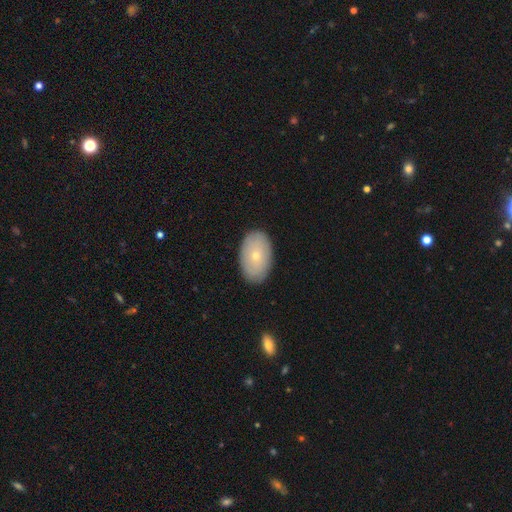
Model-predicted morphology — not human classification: Smooth or featured: smooth — 67% (featured or disk — 27%)
How rounded: in between — 91% (round — 8%)
Merging: none — 88% (minor disturbance — 9%)